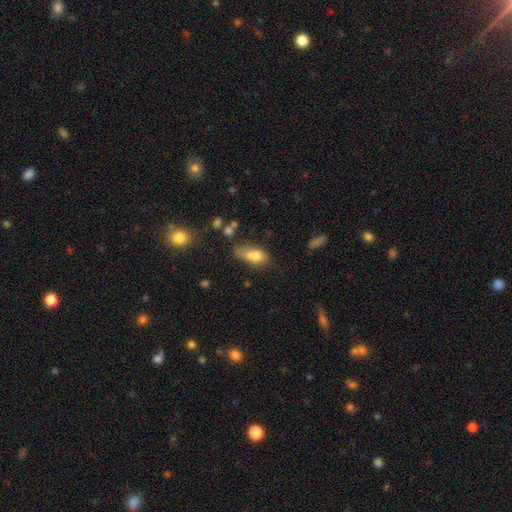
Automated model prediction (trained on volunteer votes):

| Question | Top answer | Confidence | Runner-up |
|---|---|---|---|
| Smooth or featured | smooth | 72% | featured or disk (18%) |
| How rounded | in between | 81% | round (10%) |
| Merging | merger | 30% | none (29%) |